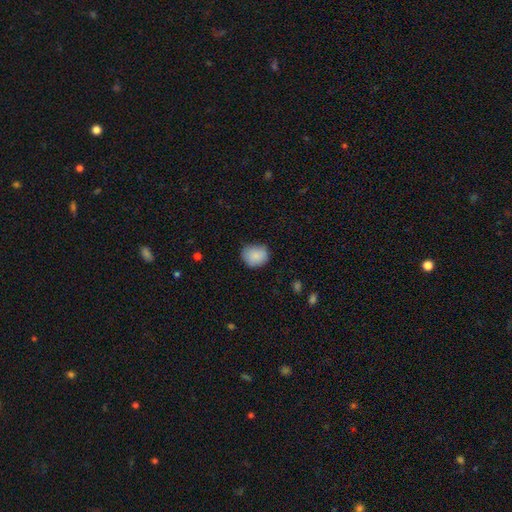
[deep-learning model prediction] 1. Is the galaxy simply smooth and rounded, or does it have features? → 87% smooth, 8% star or artifact, 6% featured or disk.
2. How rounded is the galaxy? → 64% round, 35% in between, 1% cigar-shaped.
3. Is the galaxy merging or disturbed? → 72% none, 23% minor disturbance, 4% major disturbance, 1% merger.